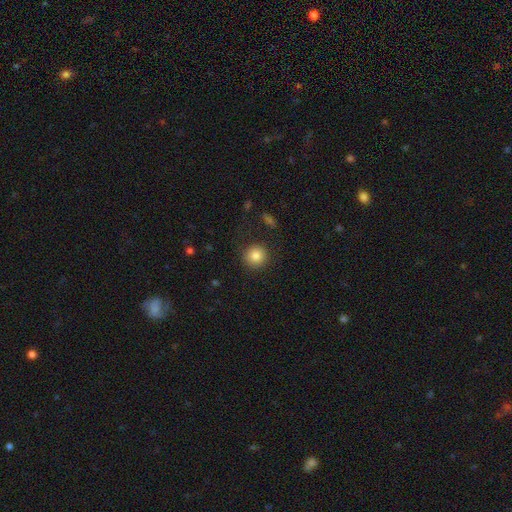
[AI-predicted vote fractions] A smooth galaxy with no disk features (84%) that is round (94%).

Vote fractions:
- Smooth or featured? smooth: 84% / star or artifact: 10% / featured or disk: 6%
- How rounded? round: 94% / in between: 5% / cigar-shaped: 1%
- Merging? none: 88% / minor disturbance: 8% / major disturbance: 3% / merger: 1%